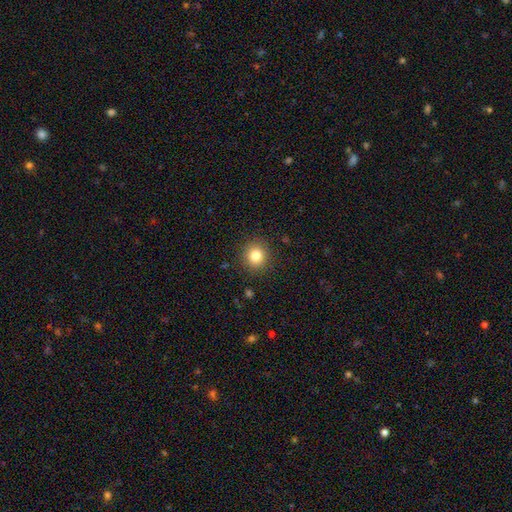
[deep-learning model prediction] smooth 82%, star or artifact 11%, featured or disk 7%. Down the decision tree: how rounded — round (90%); merging — none (90%).